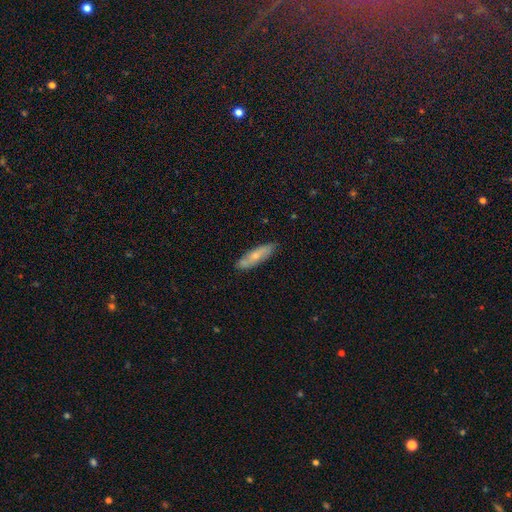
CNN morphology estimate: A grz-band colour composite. It shows a smooth galaxy with no disk features (58%) that is cigar-shaped (63%). Merging: none (84%).